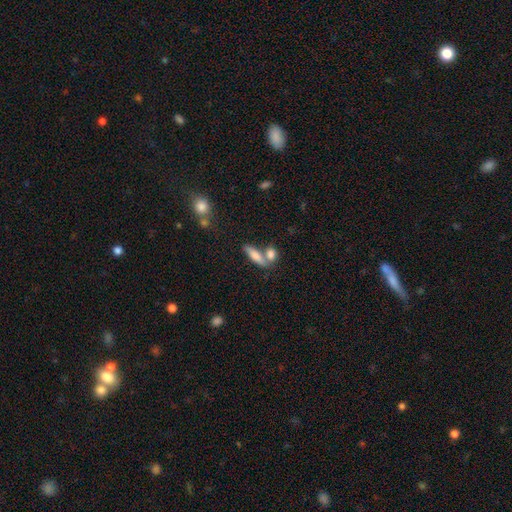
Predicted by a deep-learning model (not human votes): Smooth or featured? smooth (72%)
How rounded? cigar-shaped (48%, tied with in between)
Merging? none (47%)